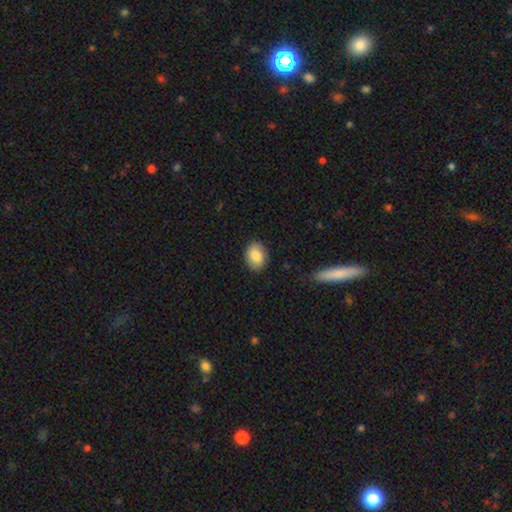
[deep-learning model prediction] A smooth galaxy with no disk features (81%) that is in between round and cigar-shaped (64%).

Vote fractions:
- Smooth or featured? smooth: 81% / featured or disk: 12% / star or artifact: 7%
- How rounded? in between: 64% / round: 35% / cigar-shaped: 1%
- Merging? none: 84% / minor disturbance: 12% / major disturbance: 3% / merger: 1%